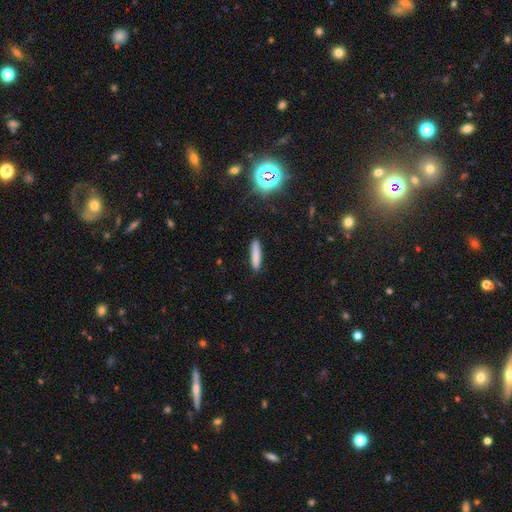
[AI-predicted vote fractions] Q: Smooth or featured?
A: smooth (81%); runner-up: featured or disk (10%)
Q: How rounded?
A: cigar-shaped (88%); runner-up: in between (10%)
Q: Merging?
A: none (88%); runner-up: minor disturbance (9%)